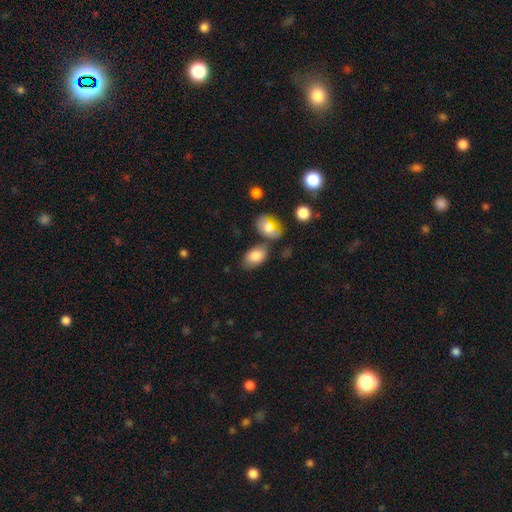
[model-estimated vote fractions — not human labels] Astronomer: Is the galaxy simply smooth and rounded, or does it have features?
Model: smooth — 81%.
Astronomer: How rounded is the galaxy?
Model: in between — 90%.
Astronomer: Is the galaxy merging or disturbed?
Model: none — 66%.